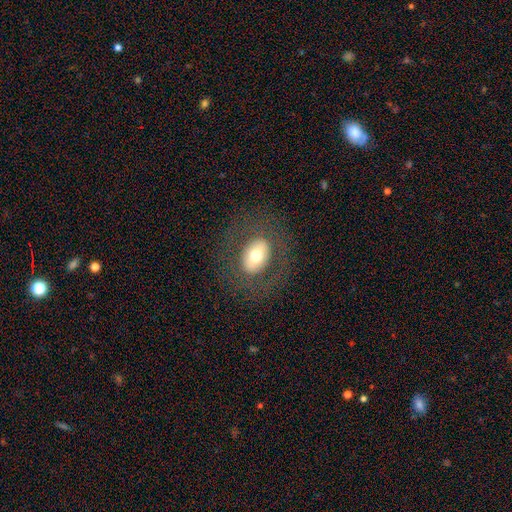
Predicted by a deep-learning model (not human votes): Overall: smooth (58%; featured or disk 33%). How rounded: in between (72%). Merging: none (77%).